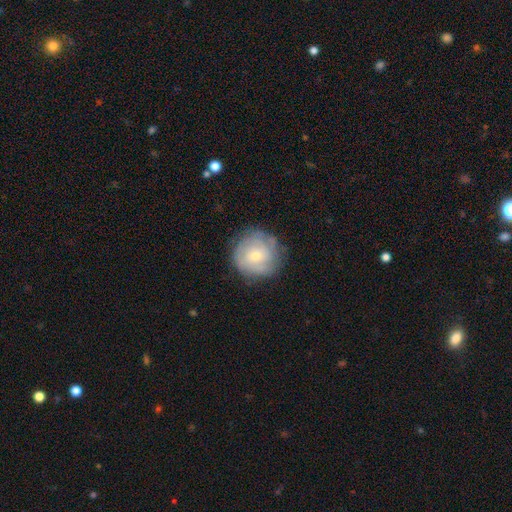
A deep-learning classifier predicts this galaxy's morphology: A featured or disk galaxy (52%) with no bar (72%), spiral arms (76%) and a small central bulge (60%). Merging: none (77%).